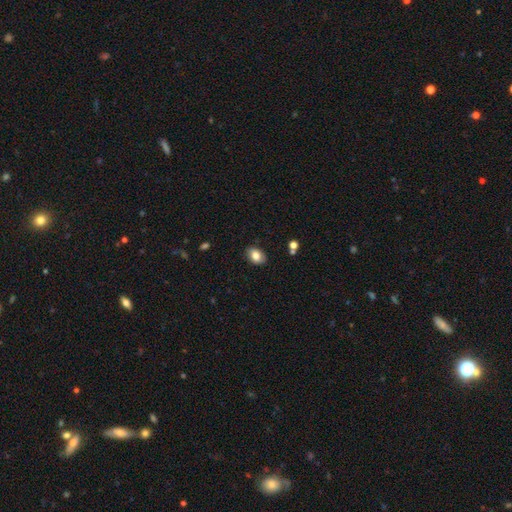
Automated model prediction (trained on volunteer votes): The model was most divided on "how rounded": in between: 82%, round: 17%, cigar-shaped: 1%. More confident: merging — none (87%); smooth or featured — smooth (81%).